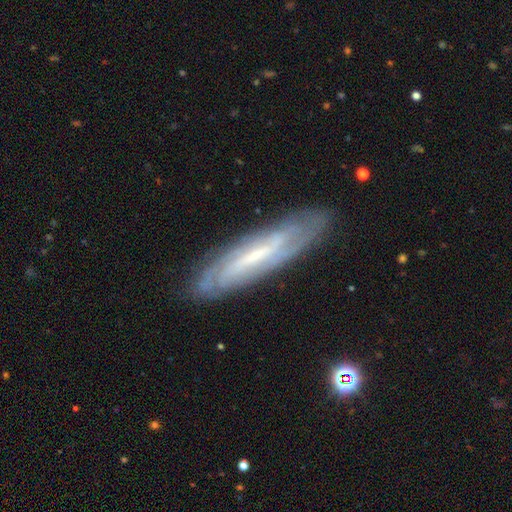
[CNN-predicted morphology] Smooth or featured: featured or disk — 72% (smooth — 21%)
Edge-on disk: no — 64% (yes — 36%)
Merging: none — 82% (minor disturbance — 13%)